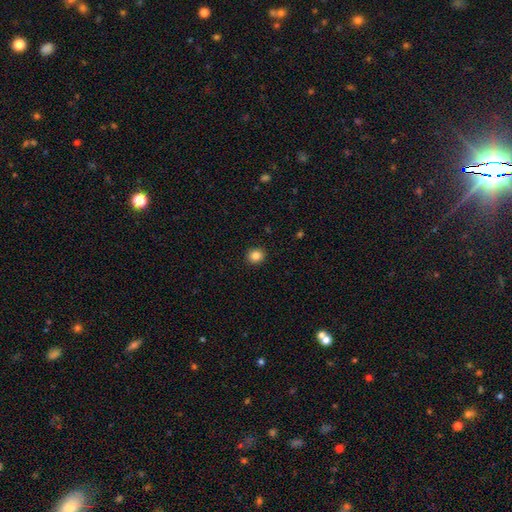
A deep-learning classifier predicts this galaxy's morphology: Smooth or featured: smooth — 85% (star or artifact — 11%)
How rounded: round — 84% (in between — 15%)
Merging: none — 92% (minor disturbance — 5%)